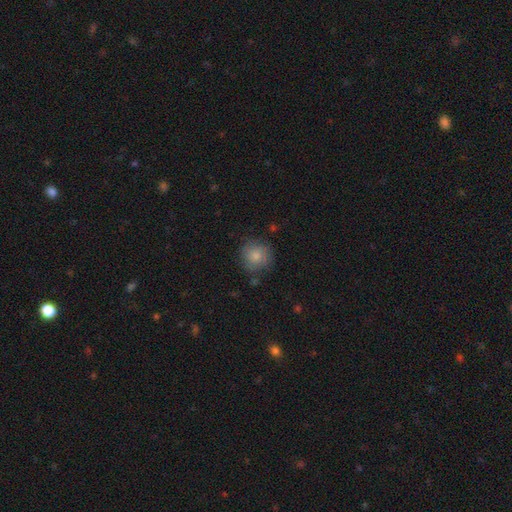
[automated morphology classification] This is clearly a smooth galaxy (82%). How rounded: clearly round (91%). Merging: likely none (76%).